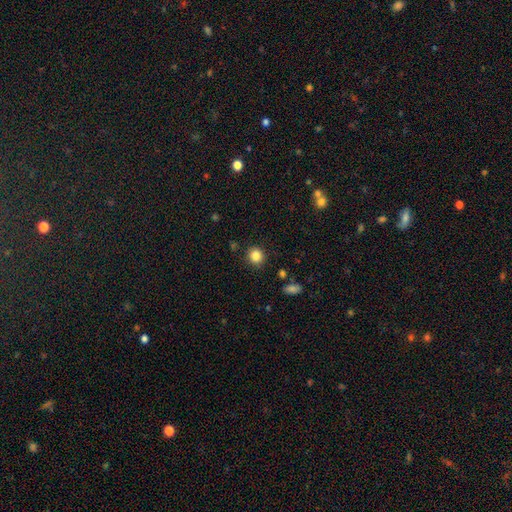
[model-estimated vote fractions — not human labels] Q: Smooth or featured?
A: smooth (85%); runner-up: star or artifact (11%)
Q: How rounded?
A: round (86%); runner-up: in between (13%)
Q: Merging?
A: none (88%); runner-up: minor disturbance (8%)